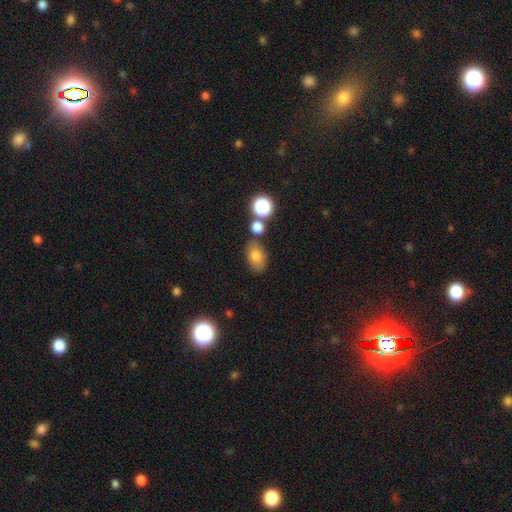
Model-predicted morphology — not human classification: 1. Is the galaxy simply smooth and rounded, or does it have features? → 76% smooth, 12% featured or disk, 11% star or artifact.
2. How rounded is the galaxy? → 83% in between, 15% round, 2% cigar-shaped.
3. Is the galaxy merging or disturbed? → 70% none, 14% minor disturbance, 11% merger, 4% major disturbance.